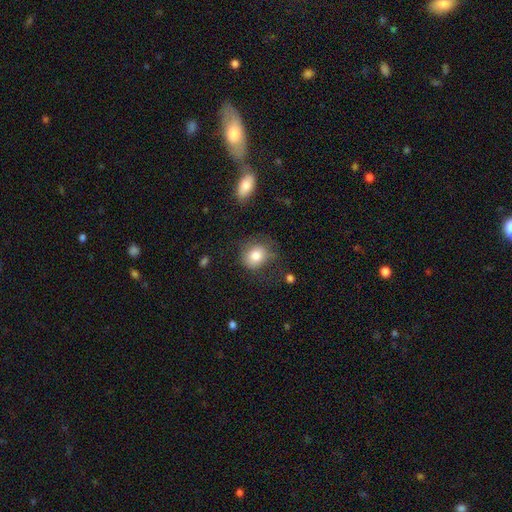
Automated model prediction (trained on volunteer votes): Smooth or featured: smooth — 81% (featured or disk — 10%)
How rounded: round — 66% (in between — 33%)
Merging: none — 62% (minor disturbance — 24%)